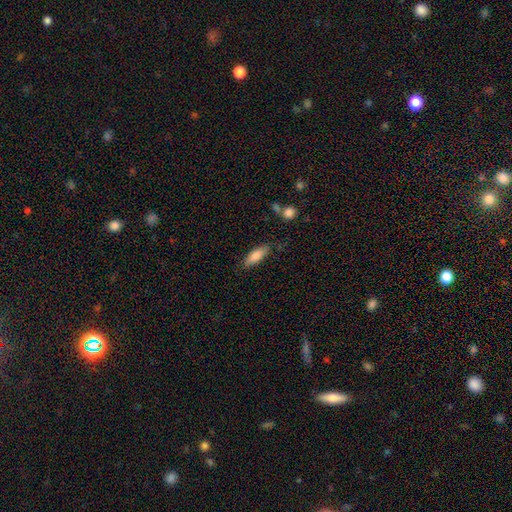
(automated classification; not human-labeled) smooth_or_featured: smooth (p=0.81) [alt: featured or disk p=0.13]
how_rounded: in between (p=0.55) [alt: cigar-shaped p=0.43]
merging: none (p=0.79) [alt: minor disturbance p=0.15]